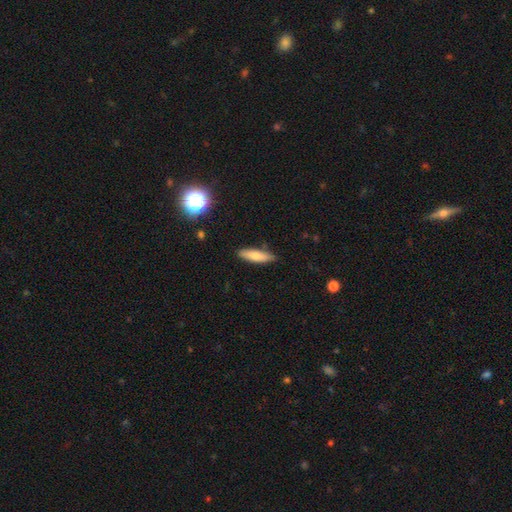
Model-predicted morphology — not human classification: The model was most divided on "how rounded": cigar-shaped: 63%, in between: 35%, round: 2%. More confident: merging — none (84%); smooth or featured — smooth (73%).